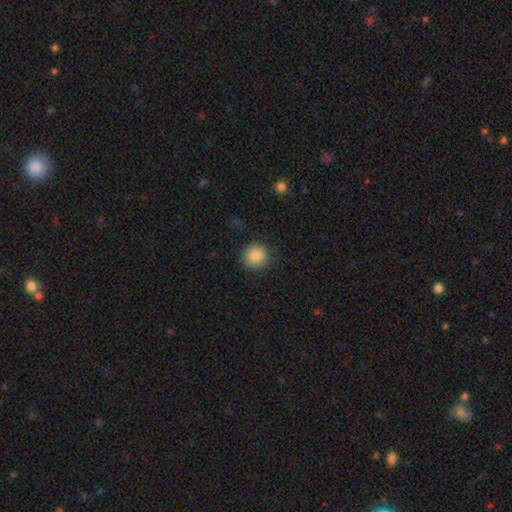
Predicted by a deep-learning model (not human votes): Morphology: type=smooth (86%); roundness=round (90%); merging=none (87%).